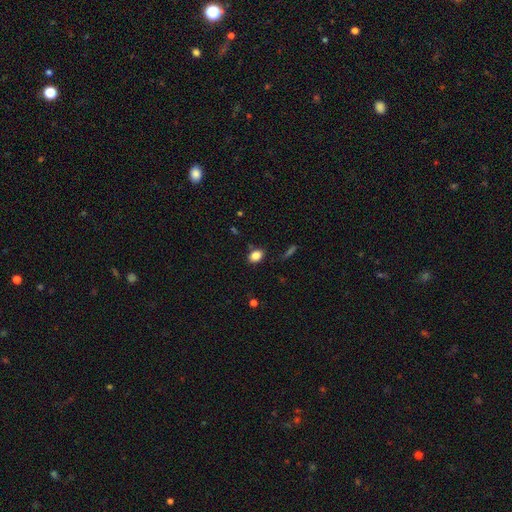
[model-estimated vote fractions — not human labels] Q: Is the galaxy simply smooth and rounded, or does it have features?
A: smooth — 84%.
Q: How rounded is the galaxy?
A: in between — 73%.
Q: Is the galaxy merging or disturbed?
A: none — 82%.